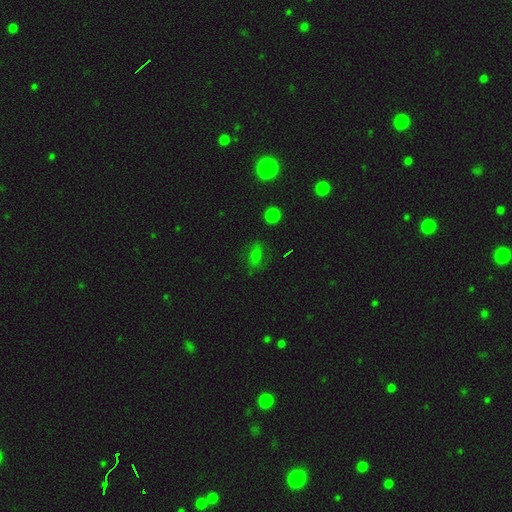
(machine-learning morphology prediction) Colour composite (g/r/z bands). It shows a smooth galaxy with no disk features (60%) that is in between round and cigar-shaped (75%). Merging: none (72%).